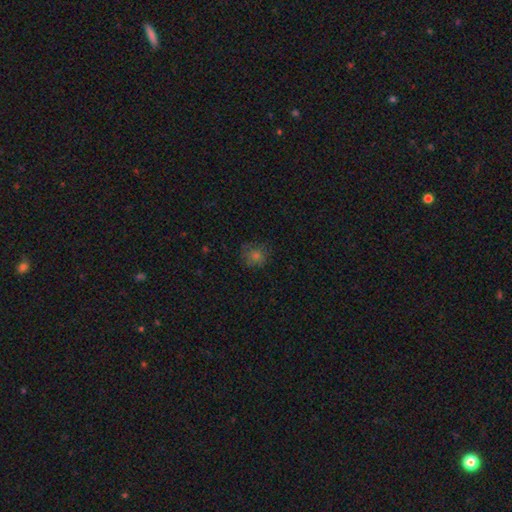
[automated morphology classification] Smooth or featured? smooth (69%)
How rounded? round (82%)
Merging? none (76%)